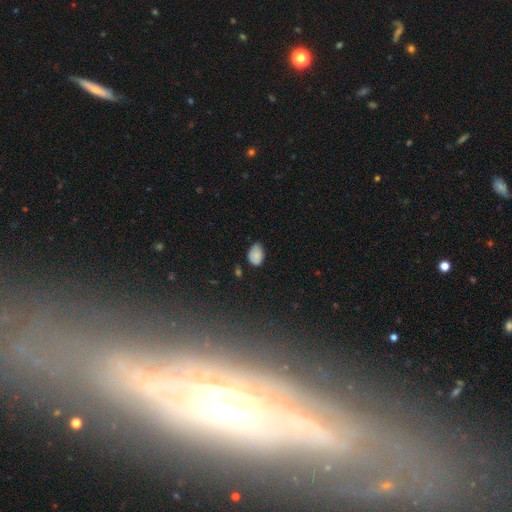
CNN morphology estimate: The model was most divided on "merging": none: 60%, minor disturbance: 33%, major disturbance: 5%, merger: 2%. More confident: how rounded — in between (85%); smooth or featured — smooth (82%).